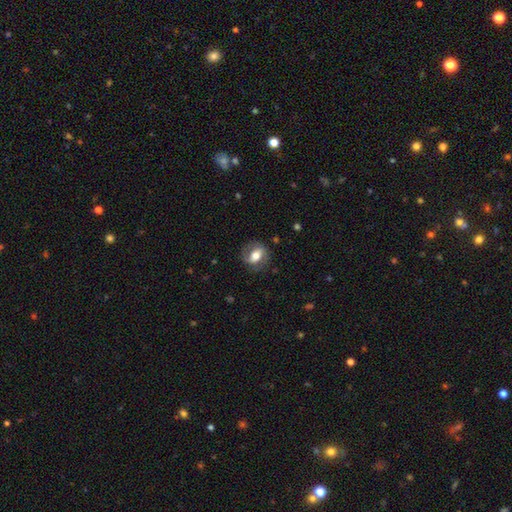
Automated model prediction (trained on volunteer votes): Smooth or featured?
  - featured or disk: 50% *
  - smooth: 43%
  - star or artifact: 7%
Merging?
  - none: 76% *
  - minor disturbance: 15%
  - major disturbance: 8%
  - merger: 1%